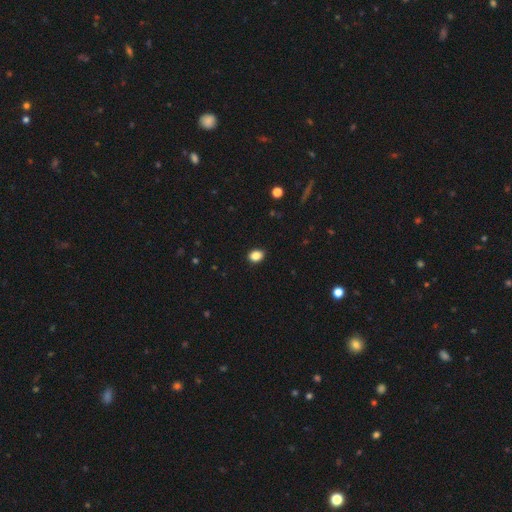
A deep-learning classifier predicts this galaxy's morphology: This appears to be a smooth galaxy with no disk features (86%) that is in between round and cigar-shaped (59%). Merging: none (89%).